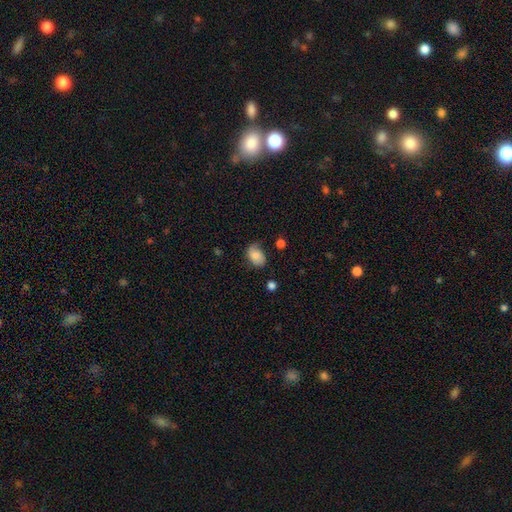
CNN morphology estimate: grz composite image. It shows a smooth galaxy with no disk features (75%) that is in between round and cigar-shaped (80%). Merging: none (57%).